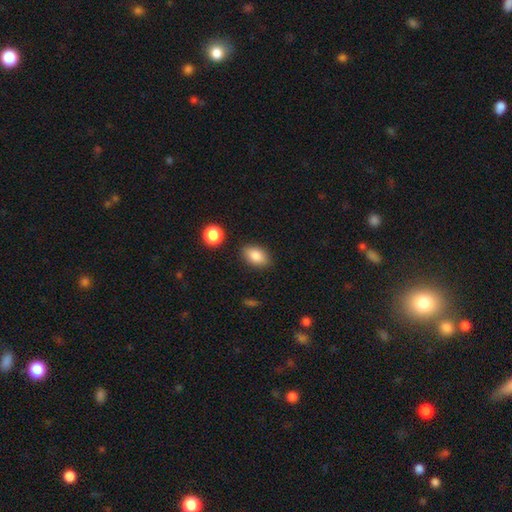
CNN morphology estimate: Smooth or featured? Predicted: smooth (p=0.84). How rounded? Predicted: in between (p=0.88). Merging? Predicted: none (p=0.85).